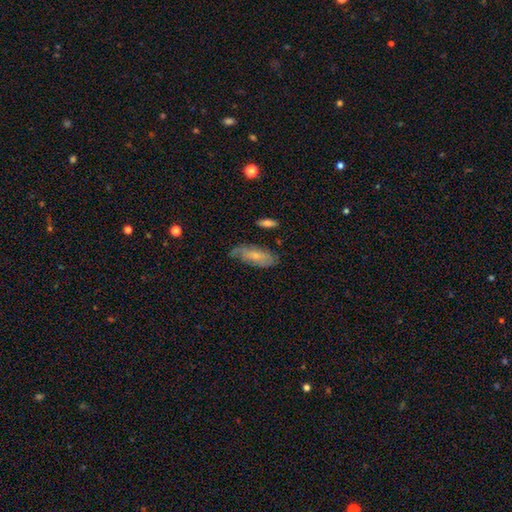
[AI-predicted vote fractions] This appears to be a smooth galaxy with no disk features (49%). Merging: none (60%).